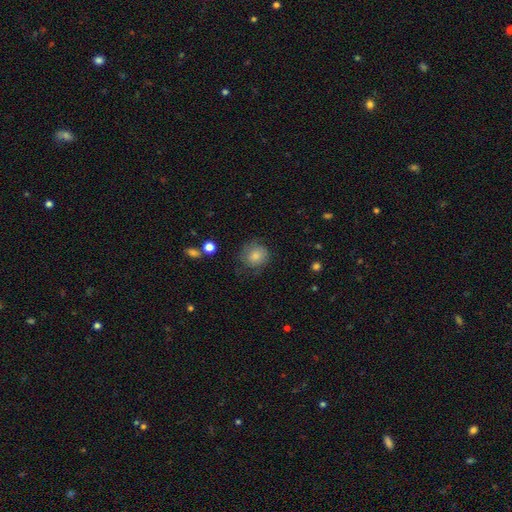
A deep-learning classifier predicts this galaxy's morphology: Smooth or featured: smooth — 77% (featured or disk — 15%)
How rounded: round — 84% (in between — 15%)
Merging: none — 68% (minor disturbance — 21%)